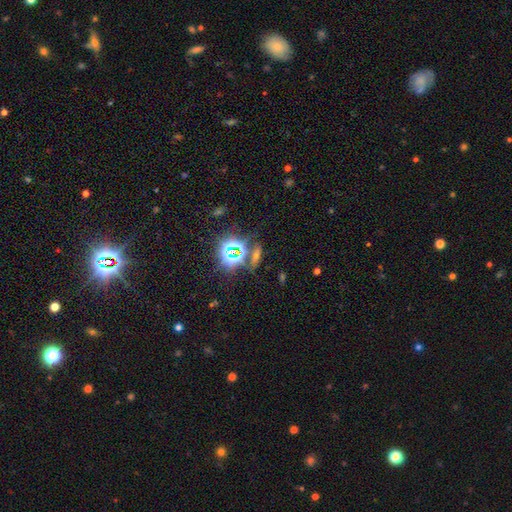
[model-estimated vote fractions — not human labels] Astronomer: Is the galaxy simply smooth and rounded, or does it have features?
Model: star or artifact — 65%.